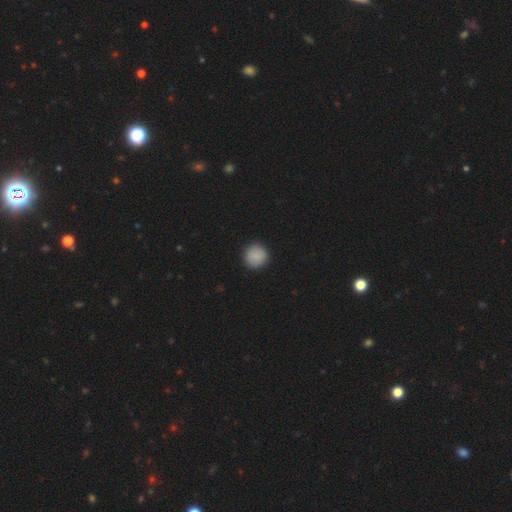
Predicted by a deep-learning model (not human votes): This appears to be a smooth galaxy with no disk features (88%) that is round (95%). Merging: none (92%).